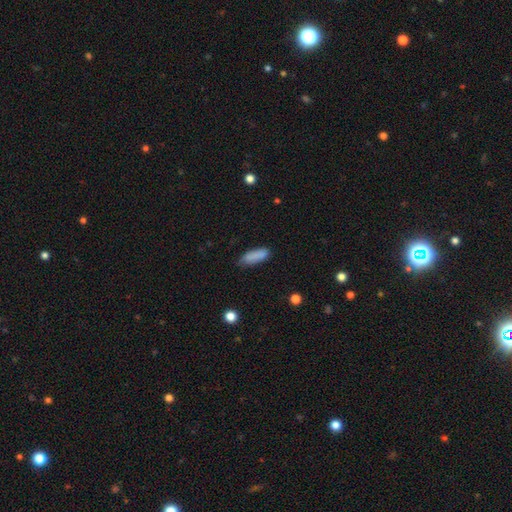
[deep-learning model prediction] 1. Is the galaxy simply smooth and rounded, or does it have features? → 86% smooth, 8% star or artifact, 6% featured or disk.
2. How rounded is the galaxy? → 54% in between, 44% cigar-shaped, 2% round.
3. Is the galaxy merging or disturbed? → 70% none, 23% minor disturbance, 5% major disturbance, 2% merger.